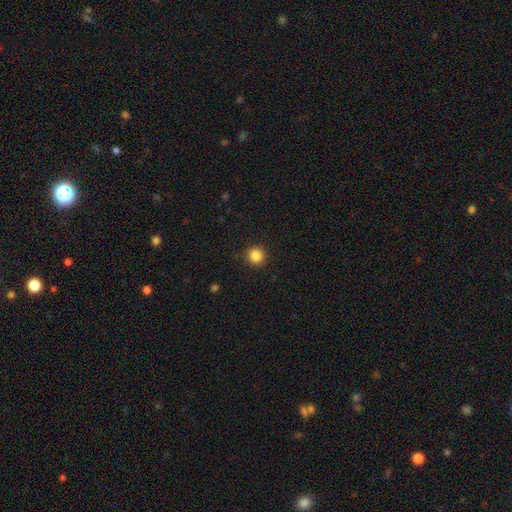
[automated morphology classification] Smooth or featured? smooth (86%)
How rounded? round (93%)
Merging? none (90%)